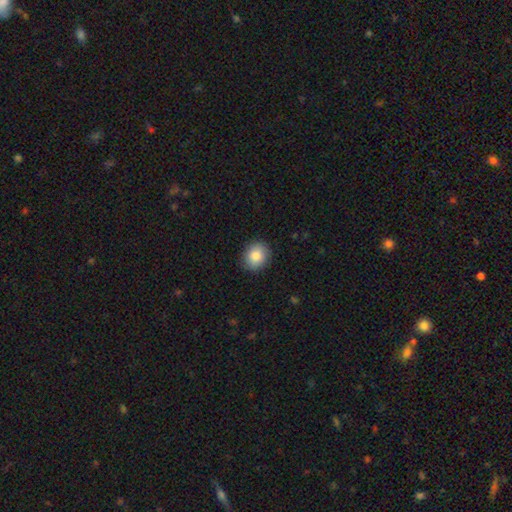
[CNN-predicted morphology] Smooth or featured?
  - smooth: 86% *
  - star or artifact: 8%
  - featured or disk: 7%
How rounded?
  - round: 65% *
  - in between: 34%
  - cigar-shaped: 1%
Merging?
  - none: 89% *
  - minor disturbance: 8%
  - major disturbance: 2%
  - merger: 1%